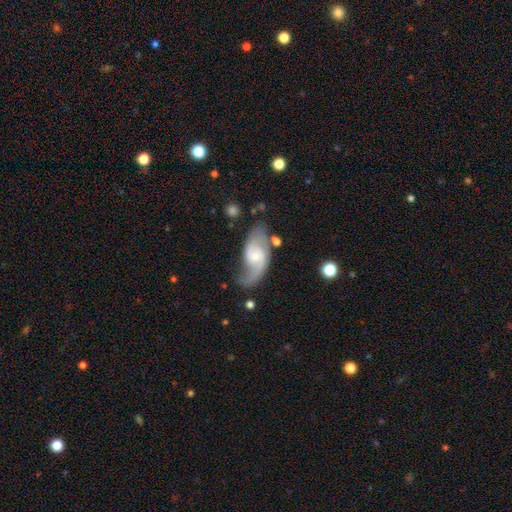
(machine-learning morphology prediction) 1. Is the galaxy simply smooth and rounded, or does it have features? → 82% featured or disk, 13% smooth, 6% star or artifact.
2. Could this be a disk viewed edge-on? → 96% no, 4% yes.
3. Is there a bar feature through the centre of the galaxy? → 56% no, 37% weak, 8% strong.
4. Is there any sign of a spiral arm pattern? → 95% yes, 5% no.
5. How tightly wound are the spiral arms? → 44% medium, 40% loose, 16% tight.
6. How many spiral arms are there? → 79% 2, 12% 1, 6% can't tell, 2% 3, 1% 4, 1% more than 4.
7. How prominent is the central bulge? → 63% small, 30% moderate, 3% none, 2% large, 1% dominant.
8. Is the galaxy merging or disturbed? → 59% none, 22% minor disturbance, 14% major disturbance, 5% merger.